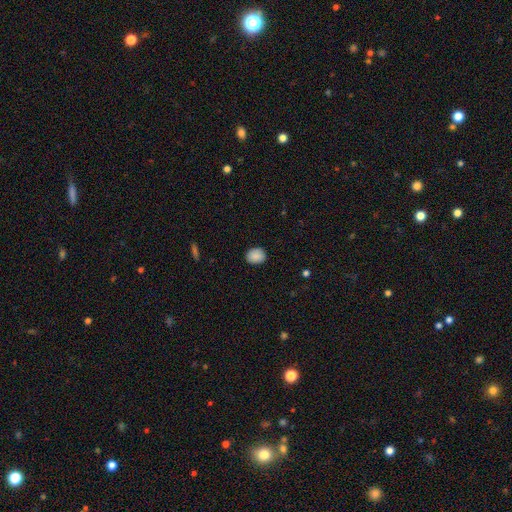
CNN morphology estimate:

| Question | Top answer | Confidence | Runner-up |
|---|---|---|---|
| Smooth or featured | smooth | 89% | star or artifact (8%) |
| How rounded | in between | 54% | round (45%) |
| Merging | none | 86% | minor disturbance (11%) |